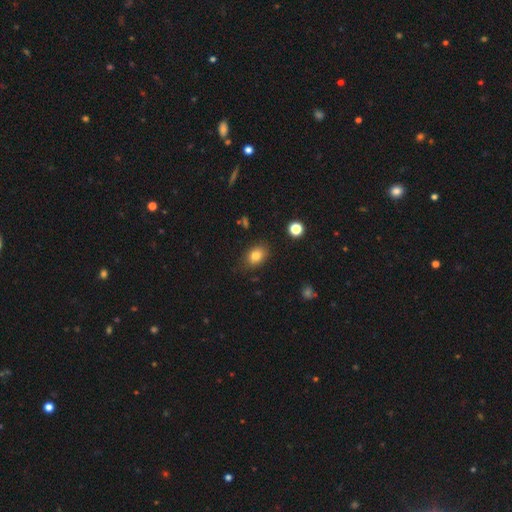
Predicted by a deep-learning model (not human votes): smooth-or-featured: smooth: 81% | star or artifact: 11% | featured or disk: 8%
  how-rounded: in between: 71% | round: 28% | cigar-shaped: 1%
  merging: none: 81% | minor disturbance: 14% | major disturbance: 3% | merger: 2%